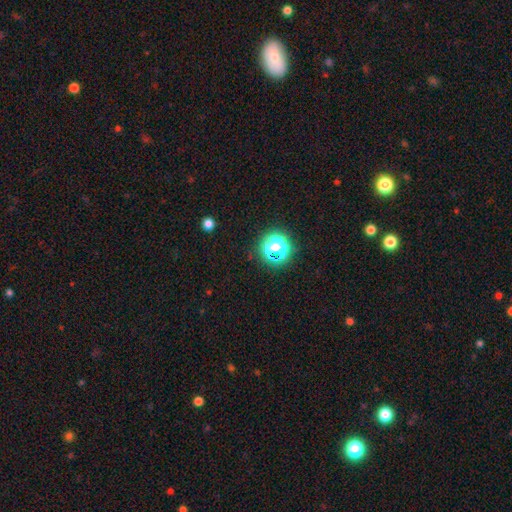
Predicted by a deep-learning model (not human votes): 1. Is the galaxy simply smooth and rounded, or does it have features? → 71% star or artifact, 22% smooth, 6% featured or disk.